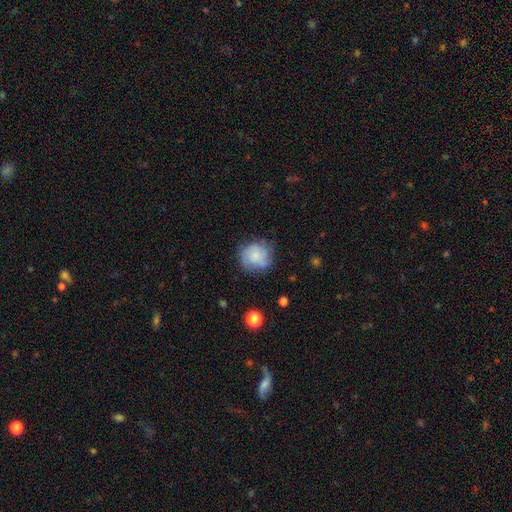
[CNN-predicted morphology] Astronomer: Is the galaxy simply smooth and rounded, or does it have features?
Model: smooth — 52% (runner-up: featured or disk, 39%).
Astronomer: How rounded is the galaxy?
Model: round — 84%.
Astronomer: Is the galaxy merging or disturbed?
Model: none — 68%.